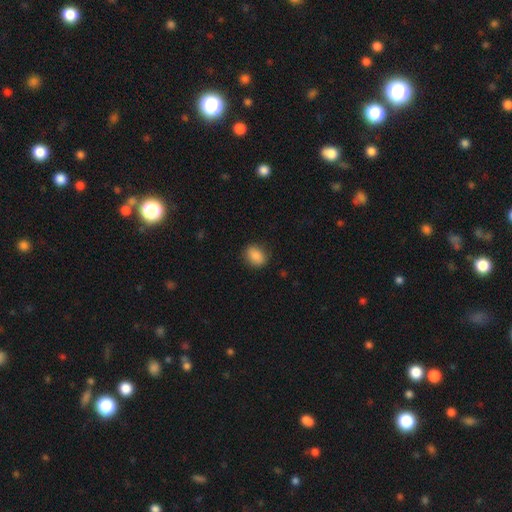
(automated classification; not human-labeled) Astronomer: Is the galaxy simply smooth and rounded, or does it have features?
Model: smooth — 88%.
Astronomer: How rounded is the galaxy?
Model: in between — 65%.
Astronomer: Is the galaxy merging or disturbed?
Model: none — 83%.